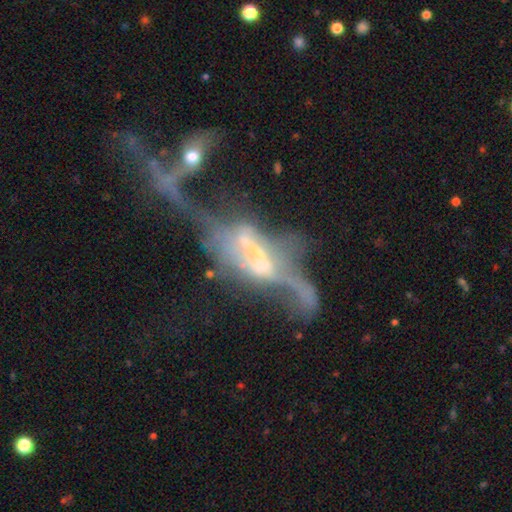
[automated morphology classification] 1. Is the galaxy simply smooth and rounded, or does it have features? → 72% featured or disk, 15% smooth, 13% star or artifact.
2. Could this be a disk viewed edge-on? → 74% no, 26% yes.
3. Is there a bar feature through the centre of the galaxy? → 43% no, 32% strong, 25% weak.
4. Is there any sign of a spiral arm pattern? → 57% no, 43% yes.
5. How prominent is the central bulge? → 40% small, 31% moderate, 19% none, 7% large, 3% dominant.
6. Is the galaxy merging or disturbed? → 51% merger, 32% major disturbance, 10% none, 7% minor disturbance.